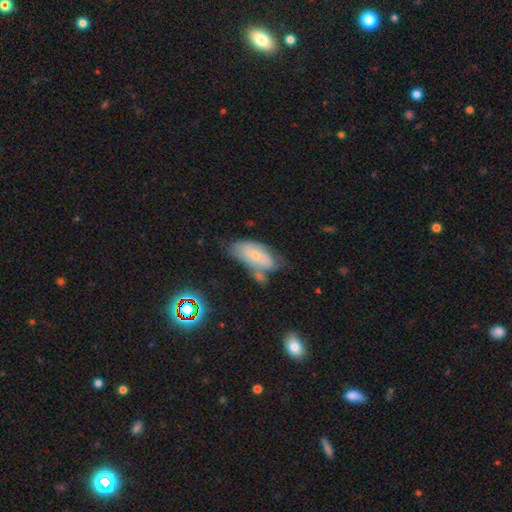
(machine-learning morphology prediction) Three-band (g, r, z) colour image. It shows a smooth galaxy with no disk features (56%) that is in between round and cigar-shaped (89%). Merging: none (38%).